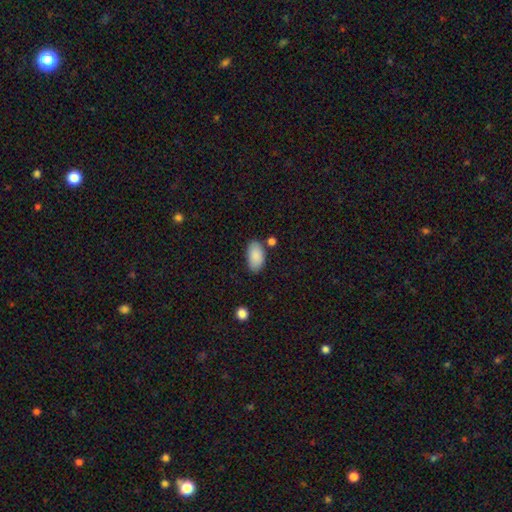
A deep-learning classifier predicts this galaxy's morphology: Smooth or featured? Predicted: smooth (p=0.88). How rounded? Predicted: in between (p=0.95). Merging? Predicted: none (p=0.73).